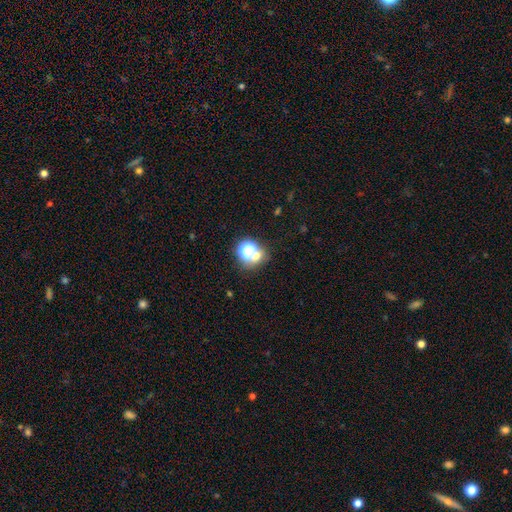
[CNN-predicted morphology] Q: Smooth or featured?
A: smooth (48%); runner-up: star or artifact (41%)
Q: Merging?
A: none (58%); runner-up: merger (26%)